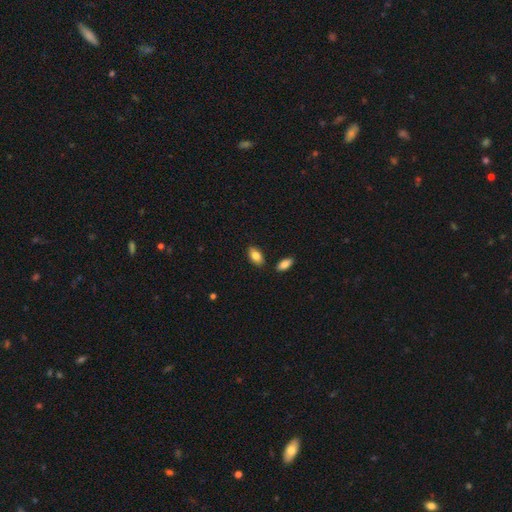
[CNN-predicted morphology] smooth_or_featured: smooth (p=0.84) [alt: featured or disk p=0.10]
how_rounded: in between (p=0.92) [alt: round p=0.05]
merging: none (p=0.83) [alt: minor disturbance p=0.10]